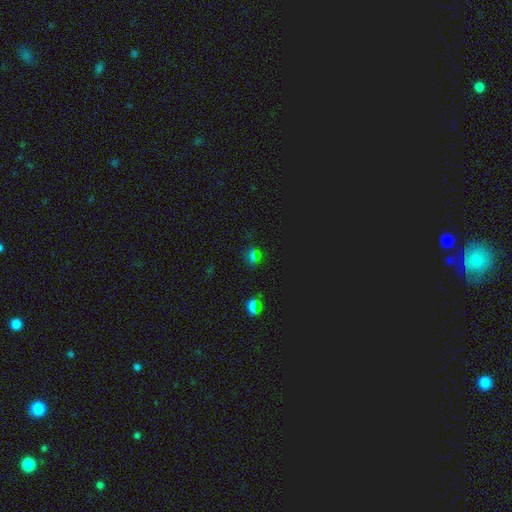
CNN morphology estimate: smooth_or_featured: star or artifact (p=0.56) [alt: smooth p=0.37]